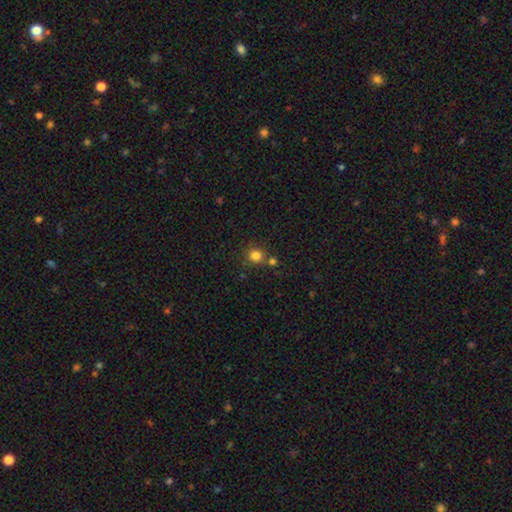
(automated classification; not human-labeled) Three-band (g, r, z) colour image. It shows a smooth galaxy with no disk features (80%) that is round (89%). Merging: none (69%).